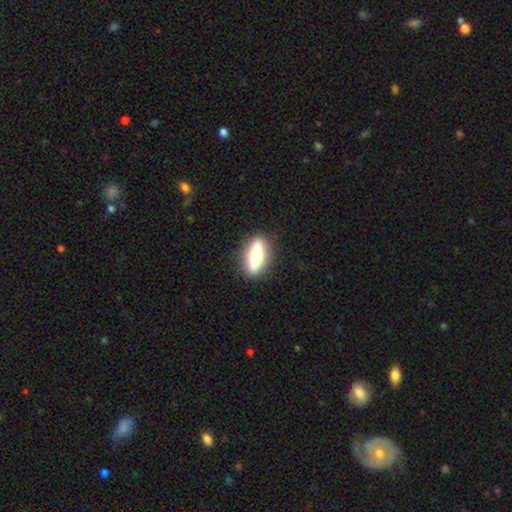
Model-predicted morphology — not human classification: Smooth or featured?
  - smooth: 54% *
  - featured or disk: 39%
  - star or artifact: 7%
How rounded?
  - in between: 51% *
  - cigar-shaped: 45%
  - round: 4%
Merging?
  - none: 88% *
  - minor disturbance: 8%
  - major disturbance: 3%
  - merger: 1%